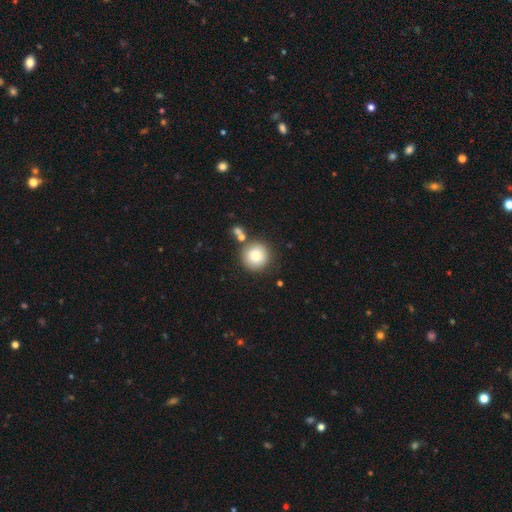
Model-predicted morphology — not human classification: Smooth or featured?
  - smooth: 82% *
  - featured or disk: 9%
  - star or artifact: 9%
How rounded?
  - round: 95% *
  - in between: 4%
  - cigar-shaped: 1%
Merging?
  - none: 77% *
  - merger: 10%
  - minor disturbance: 10%
  - major disturbance: 3%